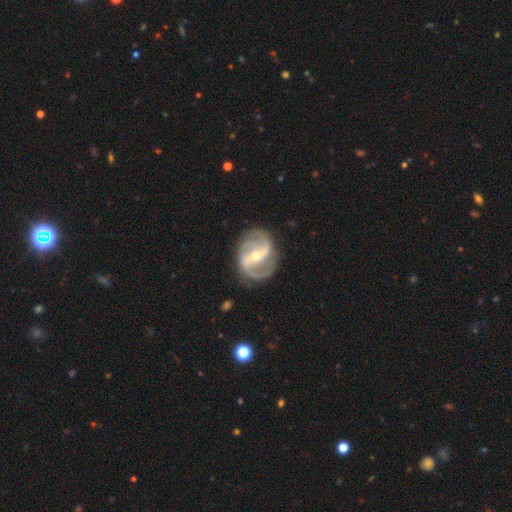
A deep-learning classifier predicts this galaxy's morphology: Smooth or featured?
  - featured or disk: 90% *
  - smooth: 6%
  - star or artifact: 5%
Edge-on disk?
  - no: 97% *
  - yes: 3%
Bar?
  - strong: 46% *
  - weak: 36%
  - no: 18%
Spiral arms?
  - yes: 96% *
  - no: 4%
Spiral winding?
  - medium: 51% *
  - loose: 27%
  - tight: 22%
Spiral arm count?
  - 2: 75% *
  - 3: 12%
  - can't tell: 6%
  - 1: 2%
  - 4: 2%
  - more than 4: 2%
Bulge size?
  - moderate: 54% *
  - small: 43%
  - large: 2%
  - none: 1%
  - dominant: 1%
Merging?
  - none: 79% *
  - minor disturbance: 14%
  - major disturbance: 6%
  - merger: 1%